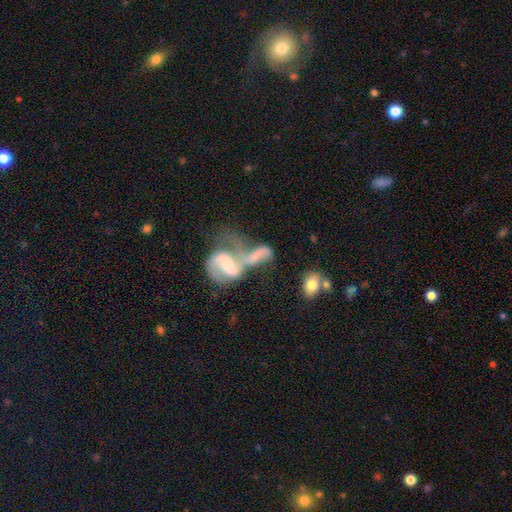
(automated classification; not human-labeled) smooth_or_featured: featured or disk (p=0.68) [alt: smooth p=0.25]
disk_edge_on: no (p=0.95) [alt: yes p=0.05]
bar: no (p=0.45) [alt: weak p=0.38]
has_spiral_arms: yes (p=0.83) [alt: no p=0.17]
spiral_winding: loose (p=0.46) [alt: medium p=0.38]
spiral_arm_count: 2 (p=0.76) [alt: 1 p=0.10]
bulge_size: moderate (p=0.44) [alt: small p=0.33]
merging: merger (p=0.71) [alt: major disturbance p=0.12]